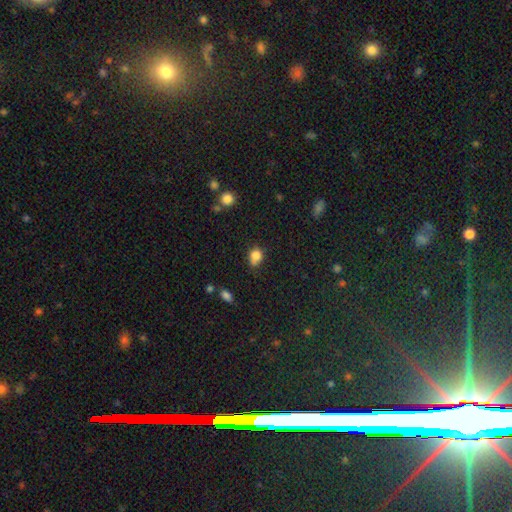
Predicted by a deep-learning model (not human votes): Overall: smooth (81%). How rounded: round (53%; in between 45%). Merging: none (50%; minor disturbance 31%).